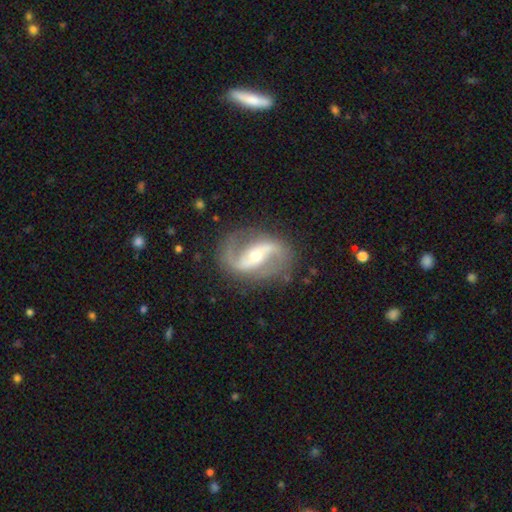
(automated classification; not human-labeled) Morphology: type=featured or disk (91%); edge-on=no (97%); bar=strong (42%); spiral arms=yes (97%); winding=loose (51%); arm count=2 (93%); bulge=moderate (55%); merging=none (82%).